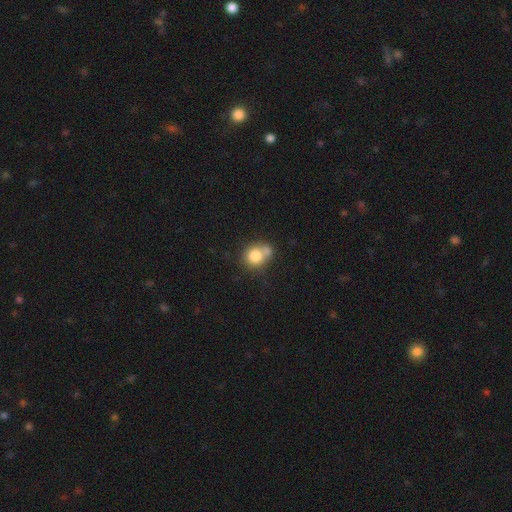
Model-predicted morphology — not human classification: Q: Smooth or featured?
A: smooth (78%); runner-up: featured or disk (12%)
Q: How rounded?
A: round (76%); runner-up: in between (23%)
Q: Merging?
A: merger (42%); runner-up: none (39%)